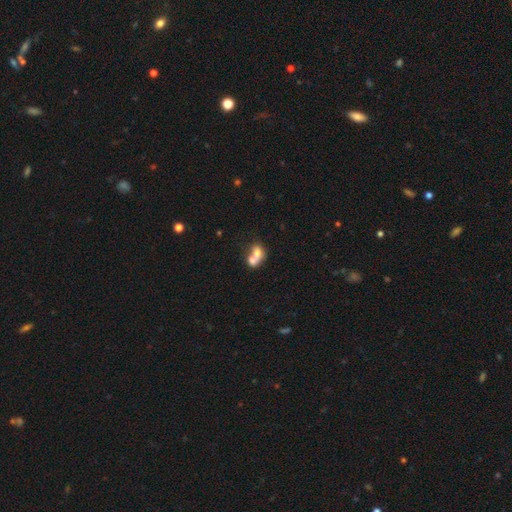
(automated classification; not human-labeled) Morphology: type=smooth (66%); roundness=in between (61%); merging=merger (74%).